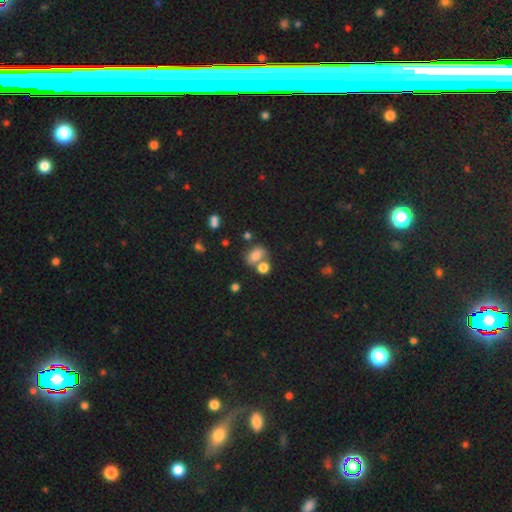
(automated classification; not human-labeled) smooth_or_featured: smooth (p=0.75) [alt: star or artifact p=0.13]
how_rounded: in between (p=0.68) [alt: round p=0.30]
merging: none (p=0.48) [alt: merger p=0.33]